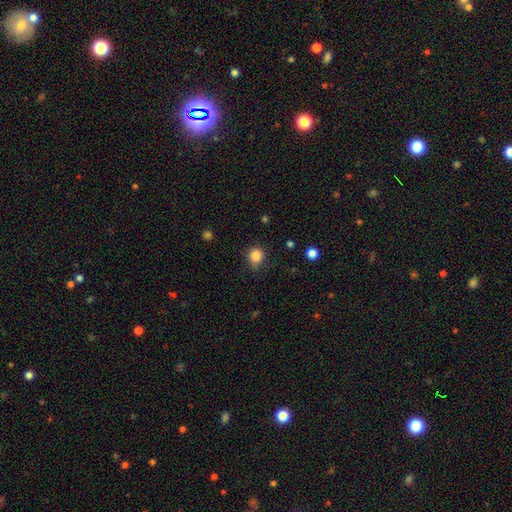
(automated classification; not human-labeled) Smooth or featured? smooth (85%)
How rounded? round (81%)
Merging? none (76%)